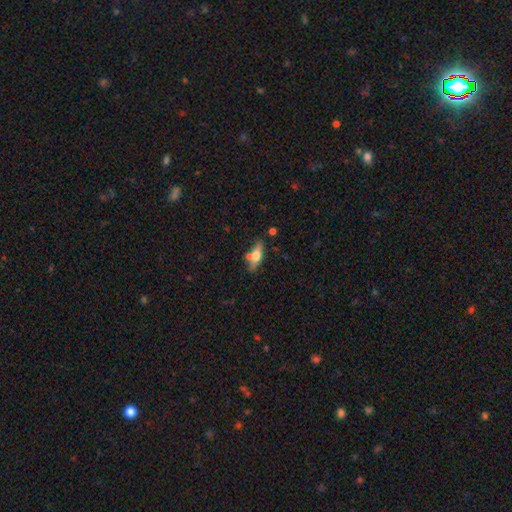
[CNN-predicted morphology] A smooth galaxy with no disk features (53%) that is in between round and cigar-shaped (57%).

Vote fractions:
- Smooth or featured? smooth: 53% / featured or disk: 40% / star or artifact: 7%
- How rounded? in between: 57% / cigar-shaped: 39% / round: 4%
- Merging? none: 65% / merger: 15% / minor disturbance: 15% / major disturbance: 4%